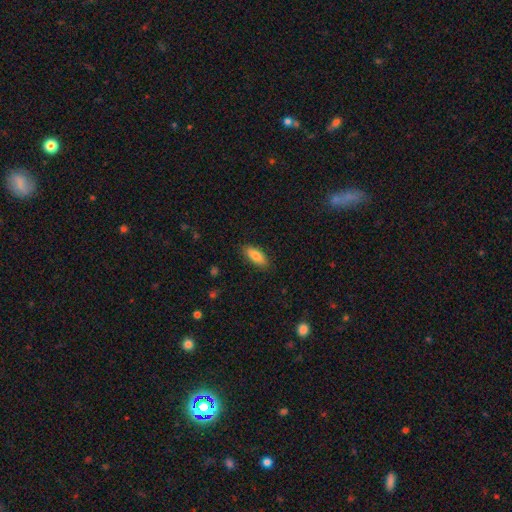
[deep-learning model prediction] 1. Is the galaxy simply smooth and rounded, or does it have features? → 83% smooth, 11% featured or disk, 6% star or artifact.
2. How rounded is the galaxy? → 78% in between, 20% cigar-shaped, 2% round.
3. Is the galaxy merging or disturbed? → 86% none, 11% minor disturbance, 2% major disturbance, 1% merger.